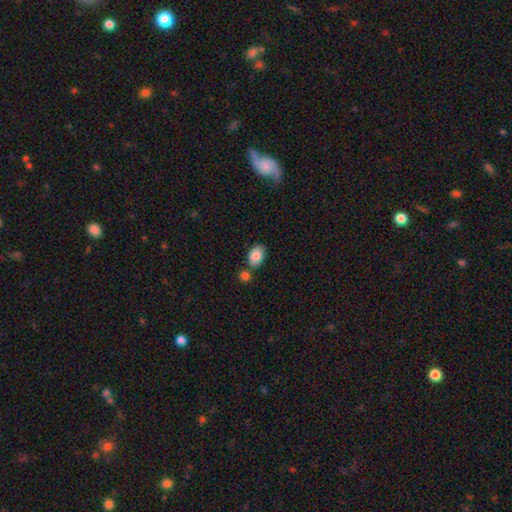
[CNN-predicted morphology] Smooth or featured? Predicted: smooth (p=0.86). How rounded? Predicted: in between (p=0.86). Merging? Predicted: none (p=0.66).